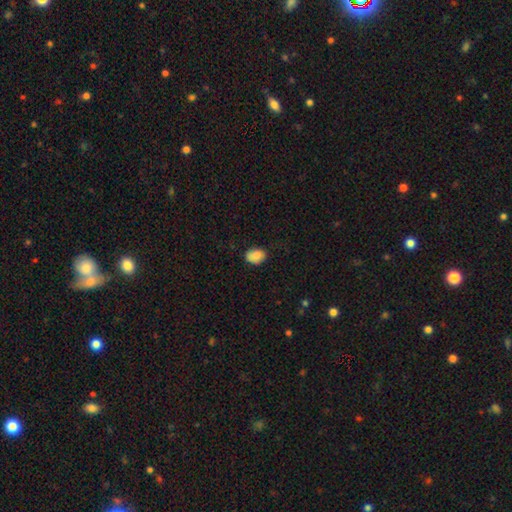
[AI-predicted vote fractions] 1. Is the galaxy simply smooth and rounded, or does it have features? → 82% smooth, 9% featured or disk, 8% star or artifact.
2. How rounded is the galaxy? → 73% in between, 26% round, 1% cigar-shaped.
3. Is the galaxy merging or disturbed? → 66% none, 27% minor disturbance, 5% major disturbance, 2% merger.